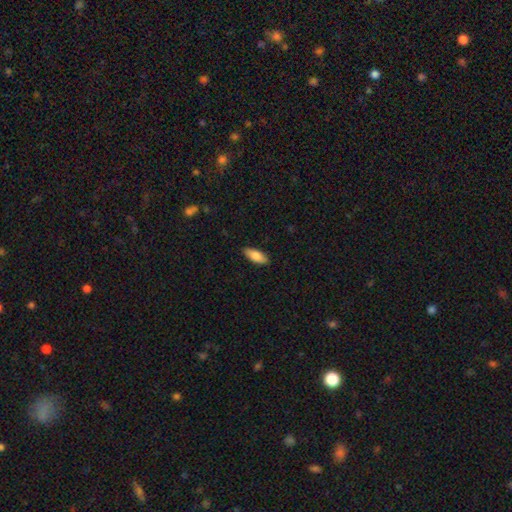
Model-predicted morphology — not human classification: This is clearly a smooth galaxy (84%). How rounded: likely in between (78%). Merging: clearly none (88%).